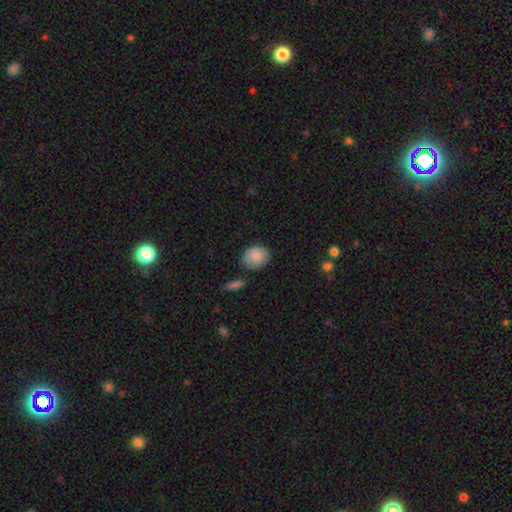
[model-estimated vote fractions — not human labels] Overall: smooth (86%). How rounded: round (55%; in between 44%). Merging: none (77%).